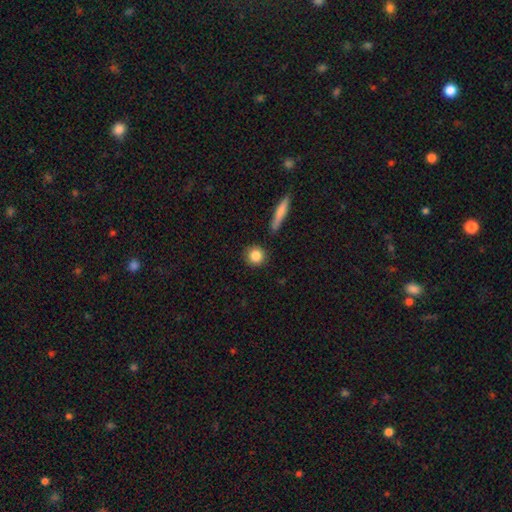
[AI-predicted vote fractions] This appears to be a smooth galaxy with no disk features (85%) that is round (90%). Merging: none (87%).